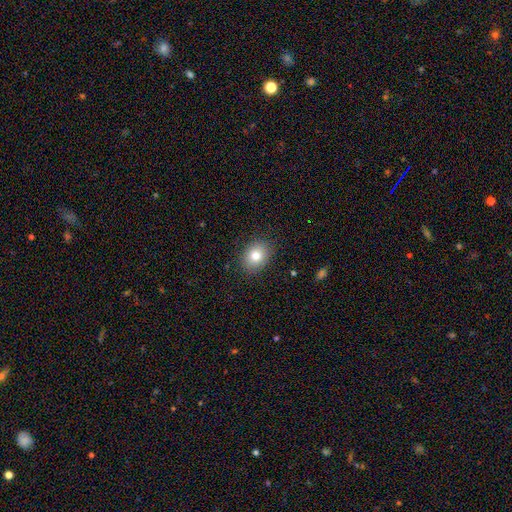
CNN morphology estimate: Overall: smooth (80%). How rounded: in between (53%; round 46%). Merging: none (88%).